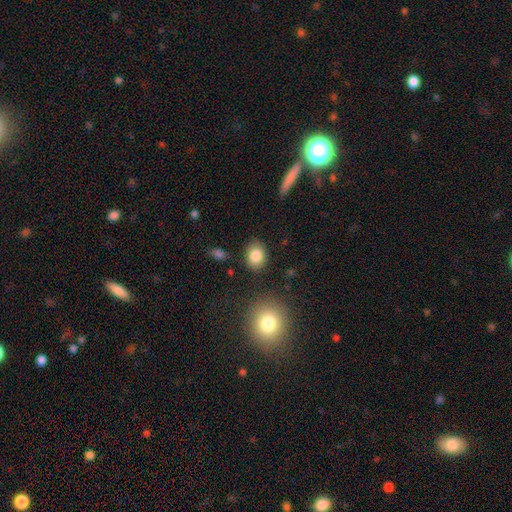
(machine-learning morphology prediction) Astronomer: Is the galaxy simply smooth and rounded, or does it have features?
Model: smooth — 84%.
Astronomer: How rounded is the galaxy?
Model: in between — 56% (runner-up: round, 43%).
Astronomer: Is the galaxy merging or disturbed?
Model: none — 85%.